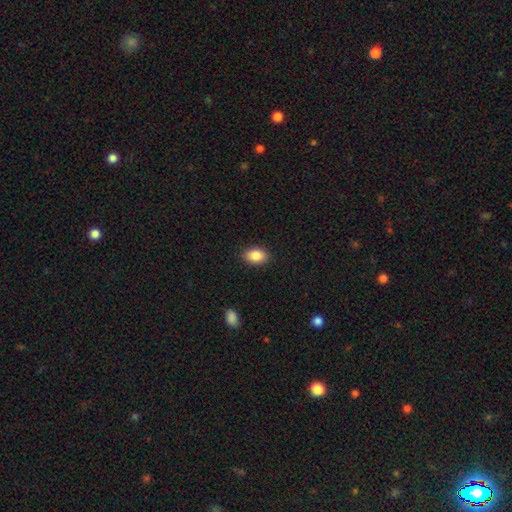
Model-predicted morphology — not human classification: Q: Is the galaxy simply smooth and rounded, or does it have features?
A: smooth — 87%.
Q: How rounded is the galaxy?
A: in between — 81%.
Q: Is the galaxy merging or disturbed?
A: none — 88%.